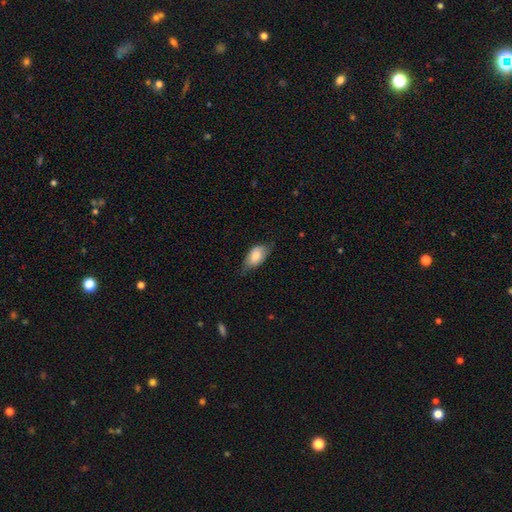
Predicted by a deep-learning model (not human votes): This is likely a smooth galaxy (73%). How rounded: clearly in between (91%). Merging: likely none (60%).